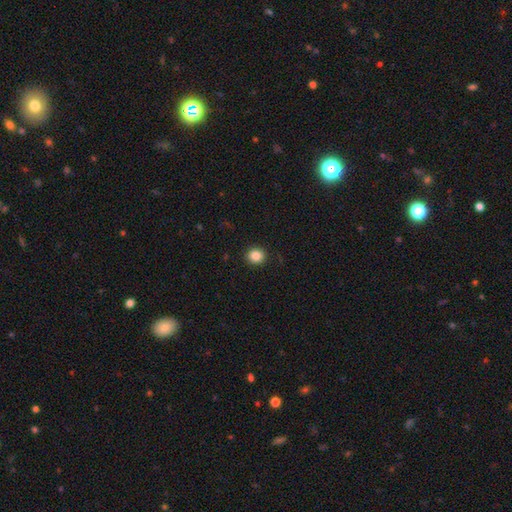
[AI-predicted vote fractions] Smooth or featured? Predicted: smooth (p=0.86). How rounded? Predicted: round (p=0.82). Merging? Predicted: none (p=0.91).